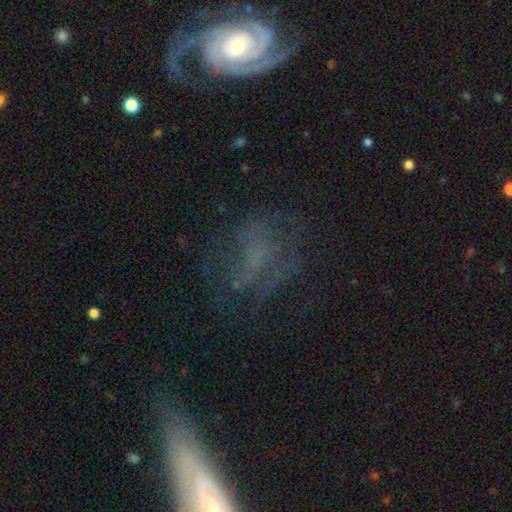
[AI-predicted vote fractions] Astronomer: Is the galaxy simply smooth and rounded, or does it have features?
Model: featured or disk — 56%.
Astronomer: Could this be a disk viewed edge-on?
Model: no — 91%.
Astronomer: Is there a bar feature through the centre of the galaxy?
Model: no — 59%.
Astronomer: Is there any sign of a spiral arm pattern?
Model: yes — 72%.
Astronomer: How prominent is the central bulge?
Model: none — 45% (runner-up: small, 28%).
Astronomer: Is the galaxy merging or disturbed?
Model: none — 55%.